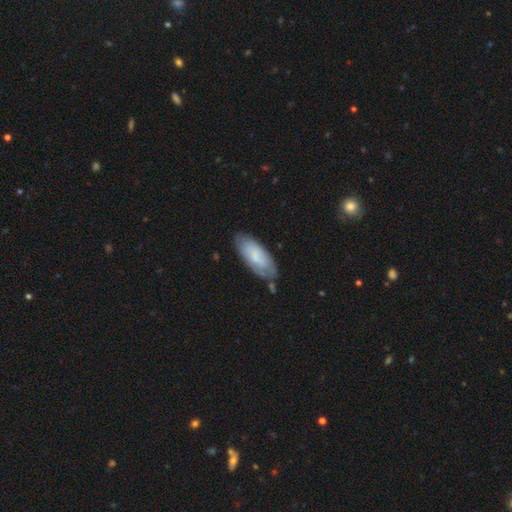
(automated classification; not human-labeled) Smooth or featured: smooth — 67% (featured or disk — 27%)
How rounded: in between — 82% (cigar-shaped — 17%)
Merging: none — 69% (minor disturbance — 22%)